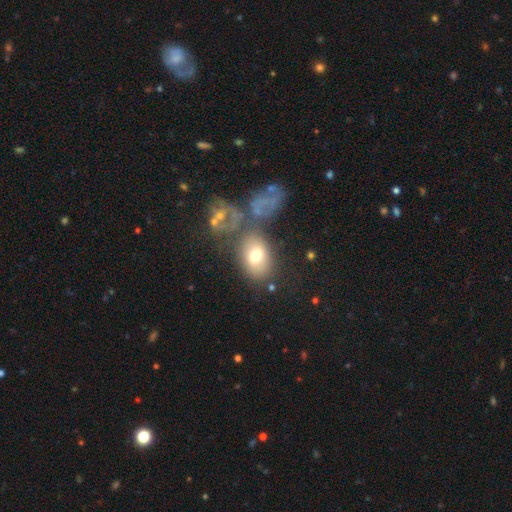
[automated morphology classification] Smooth or featured? smooth (66%)
How rounded? in between (74%)
Merging? none (53%)